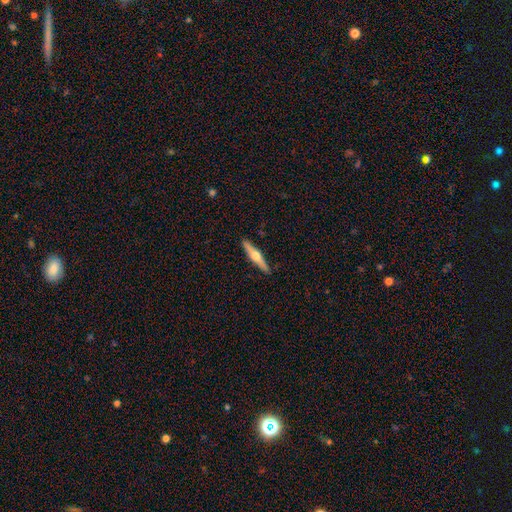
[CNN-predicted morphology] smooth_or_featured: featured or disk (p=0.61) [alt: smooth p=0.34]
disk_edge_on: yes (p=0.96) [alt: no p=0.04]
edge_on_bulge: rounded (p=0.94) [alt: none p=0.03]
merging: none (p=0.91) [alt: minor disturbance p=0.07]